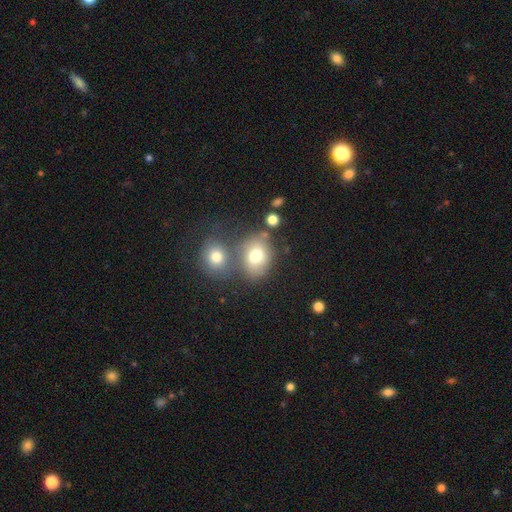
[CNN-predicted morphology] A smooth galaxy with no disk features (74%) that is in between round and cigar-shaped (51%). Merging: none (50%).